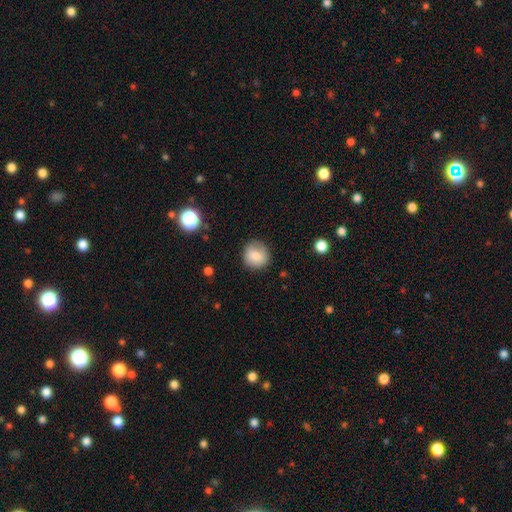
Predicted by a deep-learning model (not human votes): Smooth or featured? smooth (81%)
How rounded? round (90%)
Merging? none (83%)